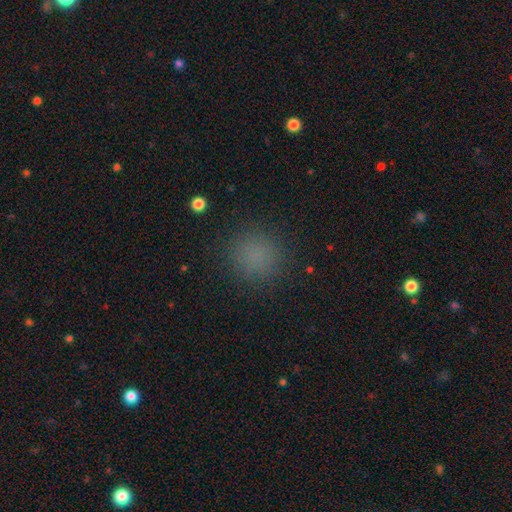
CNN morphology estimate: This appears to be a smooth galaxy with no disk features (78%) that is round (92%). Merging: none (88%).